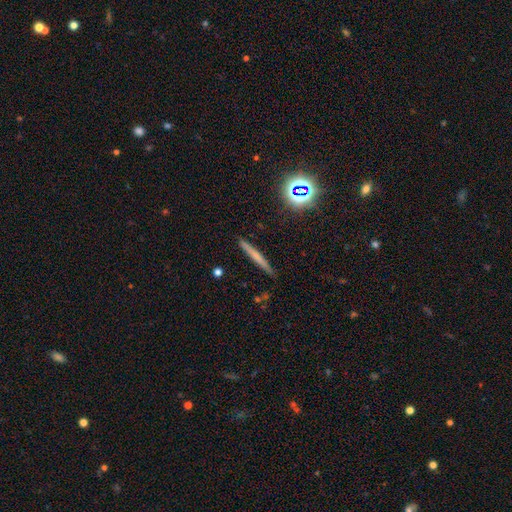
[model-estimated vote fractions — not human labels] Smooth or featured: smooth — 50% (featured or disk — 37%)
How rounded: cigar-shaped — 95% (in between — 3%)
Merging: none — 89% (minor disturbance — 8%)